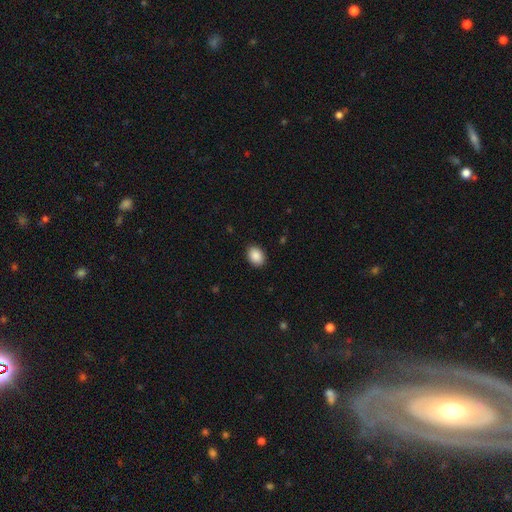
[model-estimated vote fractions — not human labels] Smooth or featured? Predicted: smooth (p=0.89). How rounded? Predicted: in between (p=0.72). Merging? Predicted: none (p=0.89).